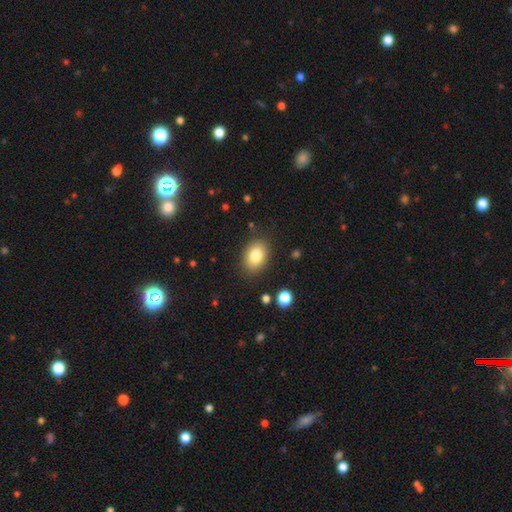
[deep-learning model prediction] Smooth or featured? smooth (82%)
How rounded? in between (76%)
Merging? none (85%)